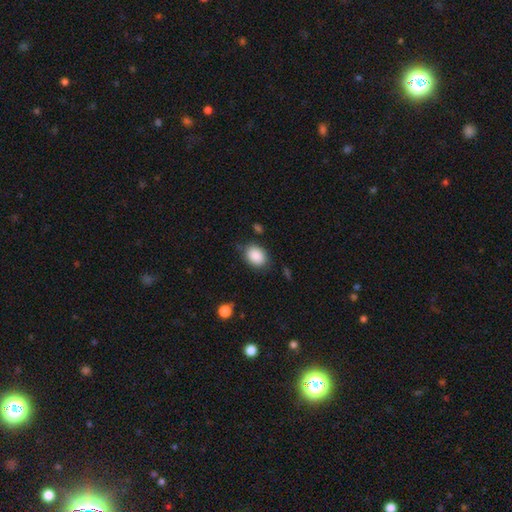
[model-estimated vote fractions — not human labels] A smooth galaxy with no disk features (89%) that is in between round and cigar-shaped (66%).

Vote fractions:
- Smooth or featured? smooth: 89% / star or artifact: 7% / featured or disk: 4%
- How rounded? in between: 66% / round: 33% / cigar-shaped: 1%
- Merging? none: 80% / minor disturbance: 14% / major disturbance: 4% / merger: 2%